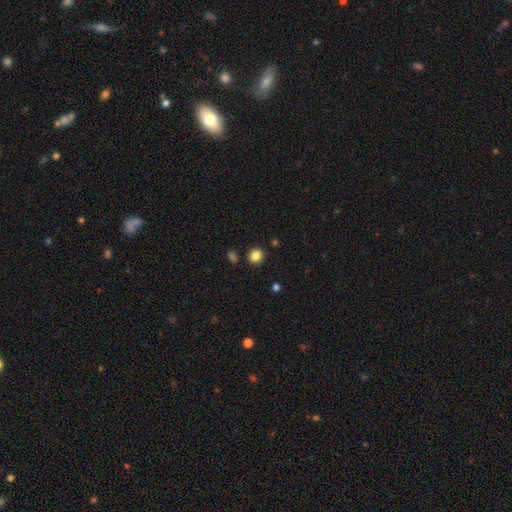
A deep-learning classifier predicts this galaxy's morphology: This is clearly a smooth galaxy (85%). How rounded: clearly round (84%). Merging: clearly none (88%).